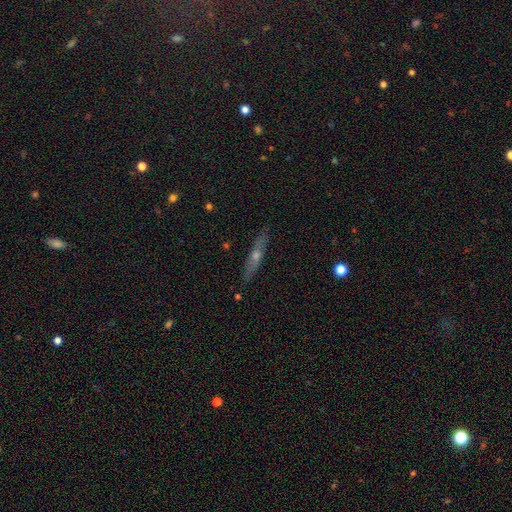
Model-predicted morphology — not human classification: smooth_or_featured: featured or disk (p=0.64) [alt: smooth p=0.29]
disk_edge_on: yes (p=0.91) [alt: no p=0.09]
edge_on_bulge: rounded (p=0.84) [alt: none p=0.13]
merging: none (p=0.88) [alt: minor disturbance p=0.09]